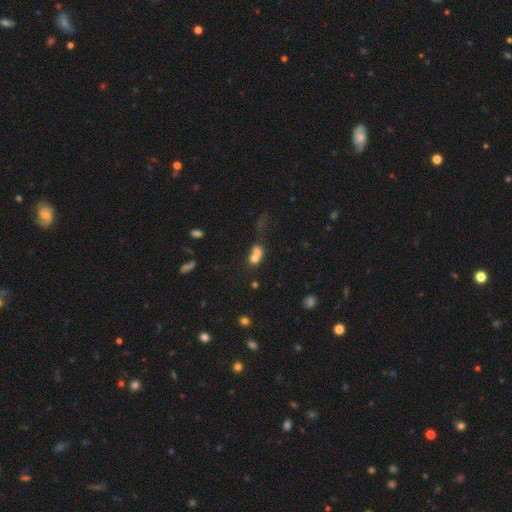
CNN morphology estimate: smooth_or_featured: smooth (p=0.65) [alt: featured or disk p=0.21]
how_rounded: round (p=0.61) [alt: in between p=0.37]
merging: merger (p=0.67) [alt: none p=0.21]